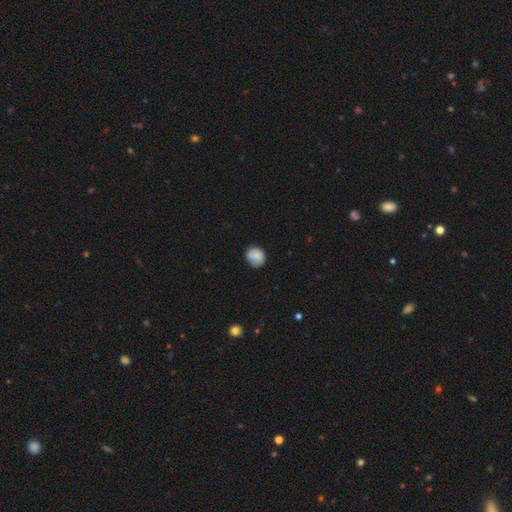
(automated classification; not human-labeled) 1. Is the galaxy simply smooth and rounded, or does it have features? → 86% smooth, 8% star or artifact, 6% featured or disk.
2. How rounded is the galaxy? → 76% round, 23% in between, 1% cigar-shaped.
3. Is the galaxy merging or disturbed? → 77% none, 18% minor disturbance, 3% major disturbance, 1% merger.